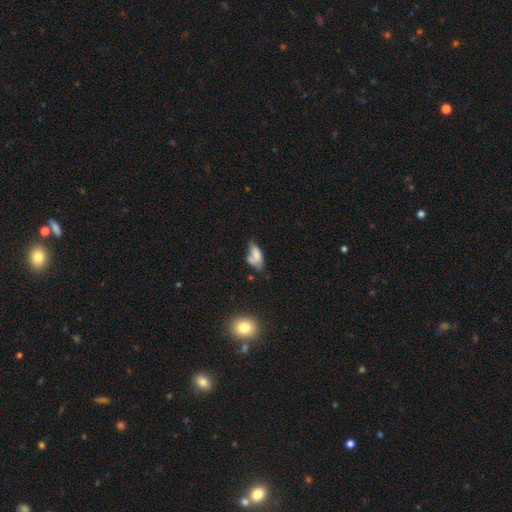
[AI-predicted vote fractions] Smooth or featured? smooth (67%)
How rounded? in between (80%)
Merging? none (30%)